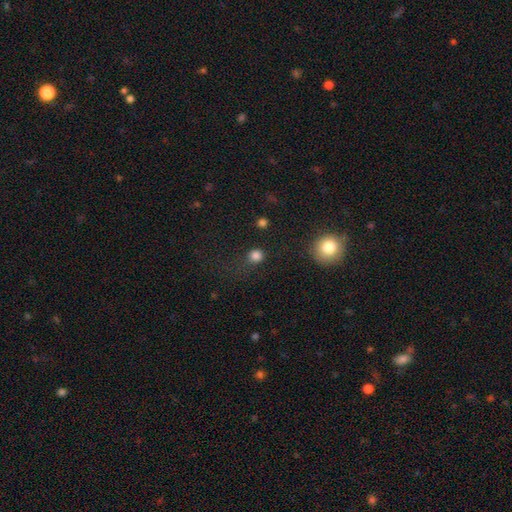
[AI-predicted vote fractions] The model was most divided on "merging": none: 71%, minor disturbance: 16%, major disturbance: 9%, merger: 4%. More confident: how rounded — round (87%); smooth or featured — smooth (80%).